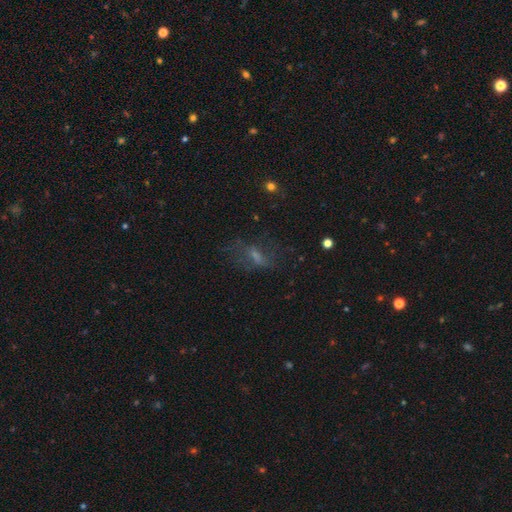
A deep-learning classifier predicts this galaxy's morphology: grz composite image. It shows a smooth galaxy with no disk features (38%). Merging: none (55%).